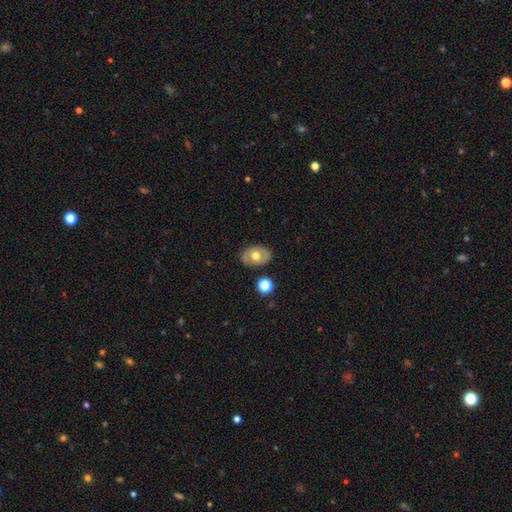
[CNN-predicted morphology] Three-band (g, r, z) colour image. It shows a smooth galaxy with no disk features (55%) that is in between round and cigar-shaped (77%). Merging: none (82%).